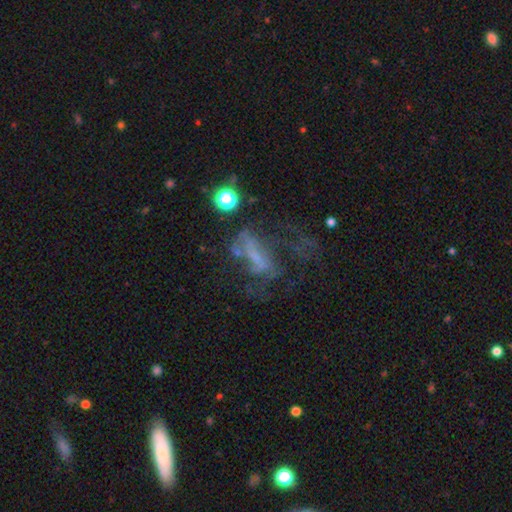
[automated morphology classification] Smooth or featured? featured or disk (52%)
Edge-on disk? no (92%)
Merging? major disturbance (43%)